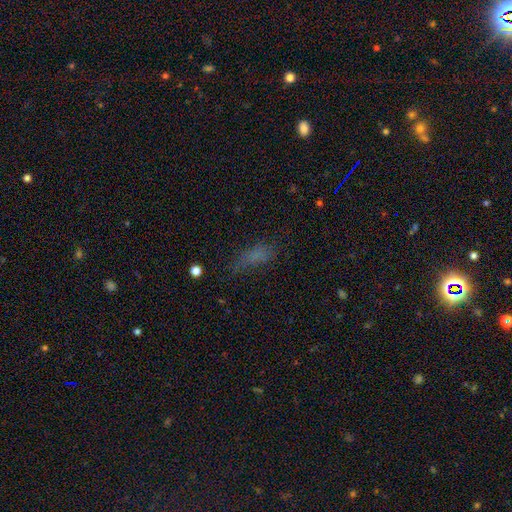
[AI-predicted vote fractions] Overall: smooth (66%). How rounded: in between (66%; cigar-shaped 29%). Merging: none (51%; minor disturbance 27%).